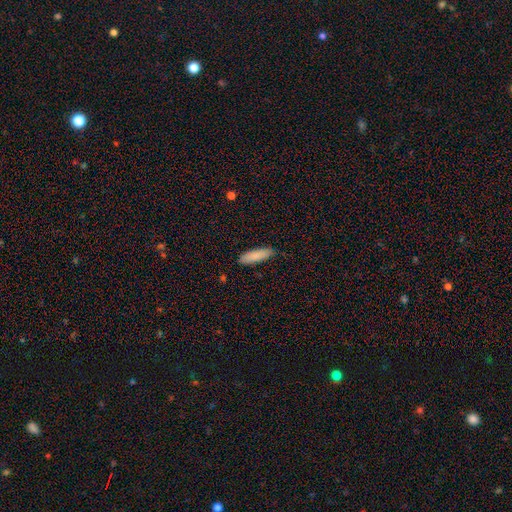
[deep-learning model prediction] smooth_or_featured: smooth (p=0.87) [alt: featured or disk p=0.07]
how_rounded: cigar-shaped (p=0.59) [alt: in between p=0.39]
merging: none (p=0.85) [alt: minor disturbance p=0.12]